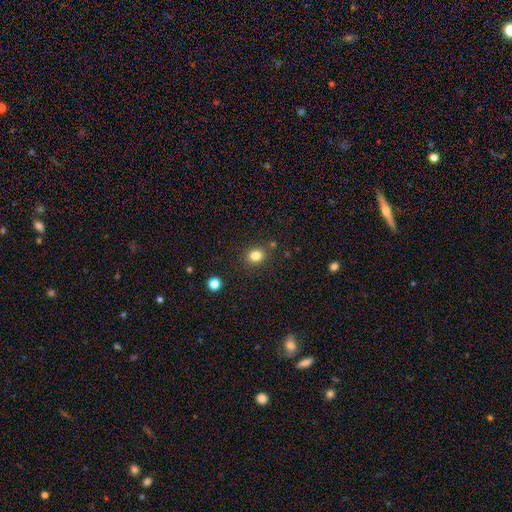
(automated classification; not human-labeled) Q: Smooth or featured?
A: smooth (82%); runner-up: star or artifact (13%)
Q: How rounded?
A: round (72%); runner-up: in between (27%)
Q: Merging?
A: none (84%); runner-up: minor disturbance (9%)